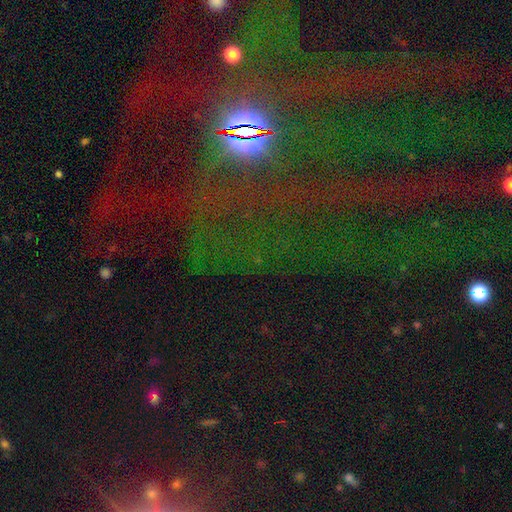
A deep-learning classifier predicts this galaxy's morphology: Smooth or featured: star or artifact — 79% (featured or disk — 11%)